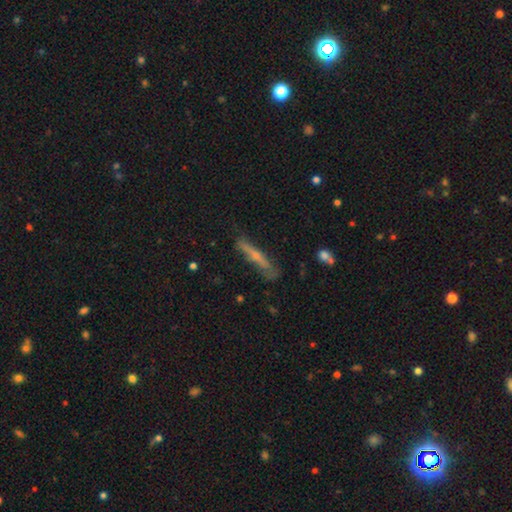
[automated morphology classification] This is possibly a featured or disk galaxy (53%). It is clearly viewed edge-on (86%). Merging: likely none (73%).